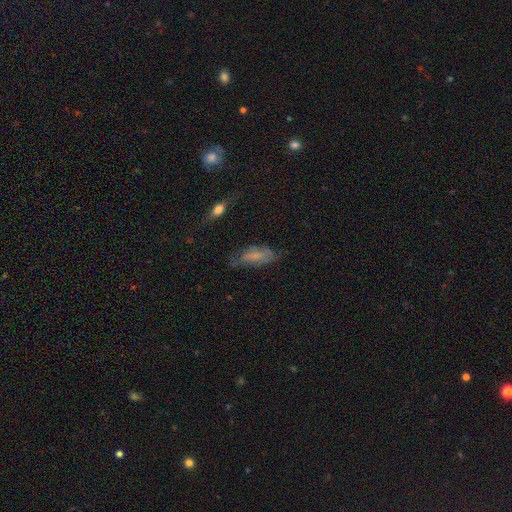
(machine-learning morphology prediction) type=smooth (48%); merging=none (57%).